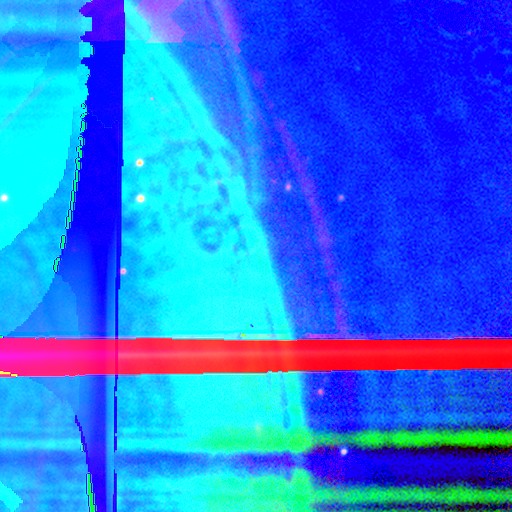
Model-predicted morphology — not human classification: Smooth or featured? Predicted: star or artifact (p=0.87).